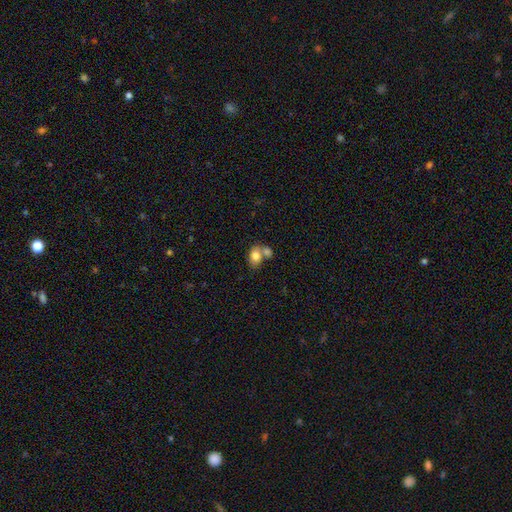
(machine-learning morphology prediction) This is likely a smooth galaxy (79%). How rounded: likely in between (72%). Merging: possibly merger (50%).